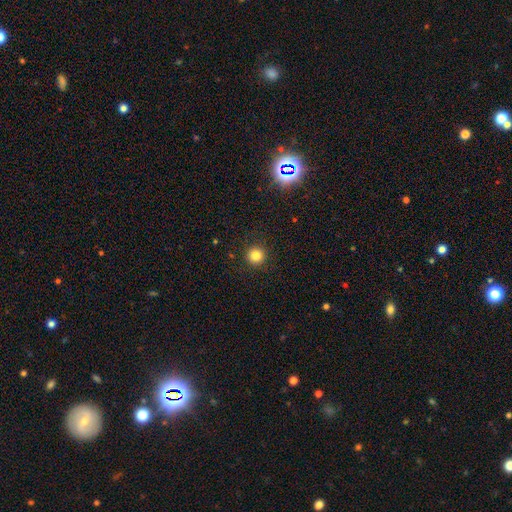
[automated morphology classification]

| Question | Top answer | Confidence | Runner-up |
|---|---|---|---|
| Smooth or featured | smooth | 82% | star or artifact (12%) |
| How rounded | round | 95% | in between (4%) |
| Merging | none | 91% | minor disturbance (5%) |